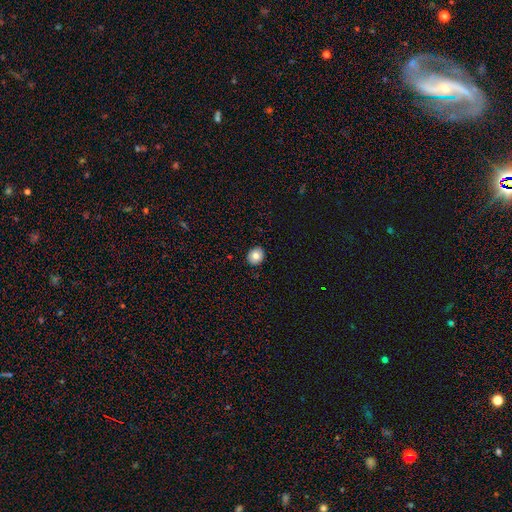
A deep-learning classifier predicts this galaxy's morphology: The model was most divided on "how rounded": round: 71%, in between: 28%, cigar-shaped: 1%. More confident: merging — none (91%); smooth or featured — smooth (78%).